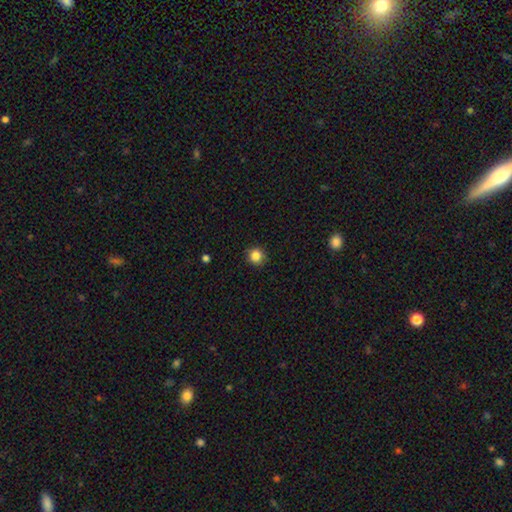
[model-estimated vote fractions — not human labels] This appears to be a smooth galaxy with no disk features (85%) that is round (92%). Merging: none (90%).